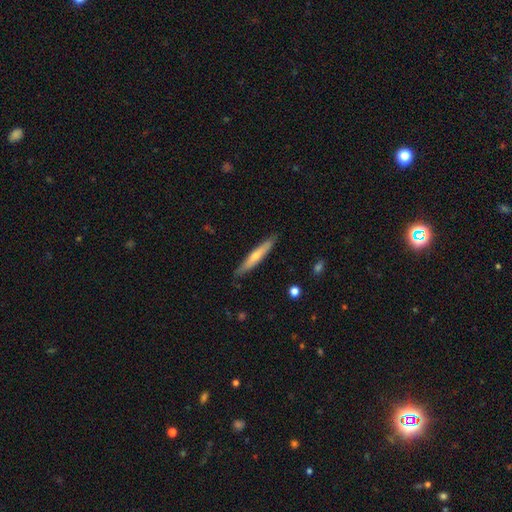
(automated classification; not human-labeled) Smooth or featured: featured or disk — 52% (smooth — 42%)
Edge-on disk: yes — 93% (no — 7%)
Merging: none — 89% (minor disturbance — 8%)